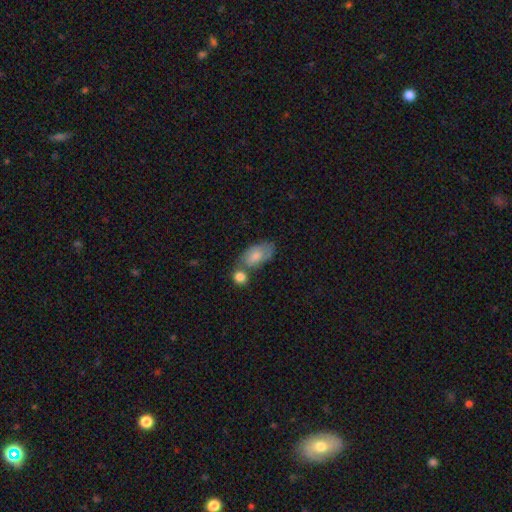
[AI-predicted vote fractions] Overall: smooth (71%). How rounded: in between (90%). Merging: none (37%; merger 34%).